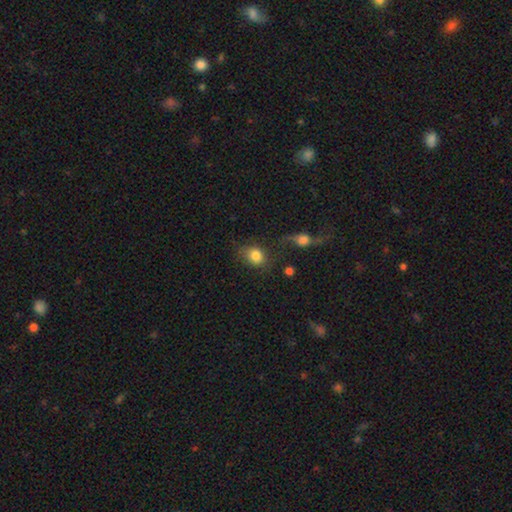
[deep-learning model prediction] smooth-or-featured: smooth: 82% | featured or disk: 9% | star or artifact: 9%
  how-rounded: round: 54% | in between: 44% | cigar-shaped: 1%
  merging: none: 62% | minor disturbance: 18% | merger: 10% | major disturbance: 10%